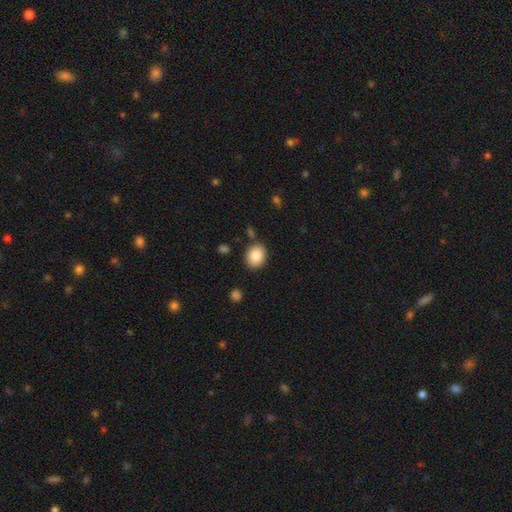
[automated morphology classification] Smooth or featured: smooth — 85% (star or artifact — 8%)
How rounded: round — 51% (in between — 48%)
Merging: none — 85% (minor disturbance — 10%)